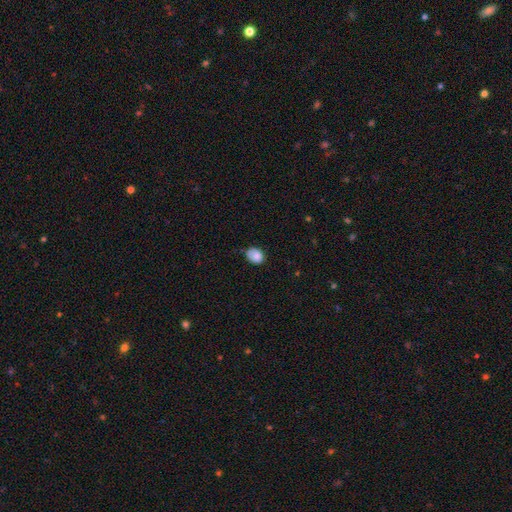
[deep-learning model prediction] Morphology: type=smooth (84%); roundness=in between (57%); merging=none (61%).